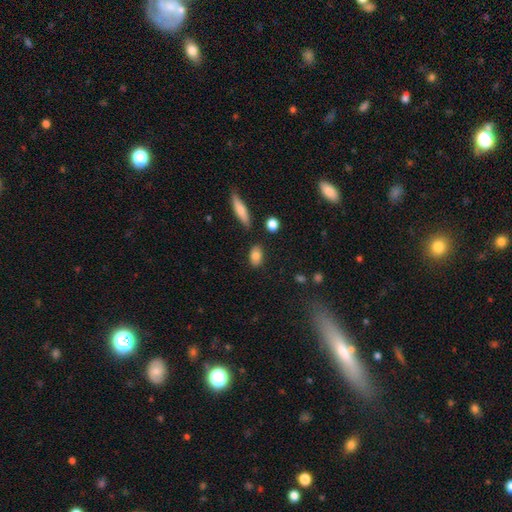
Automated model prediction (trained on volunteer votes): This appears to be a smooth galaxy with no disk features (83%) that is in between round and cigar-shaped (85%). Merging: none (82%).